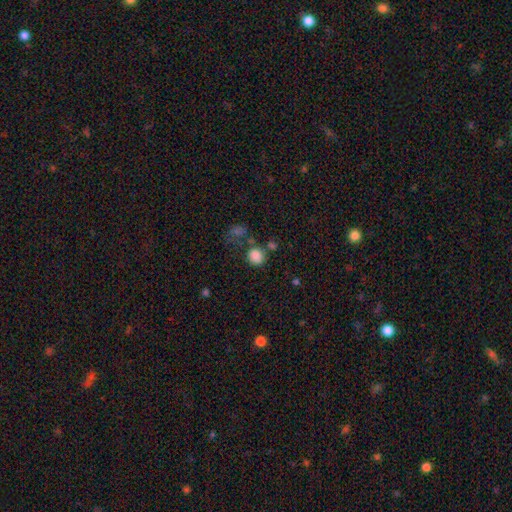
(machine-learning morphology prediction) smooth-or-featured: smooth: 84% | star or artifact: 12% | featured or disk: 5%
  how-rounded: round: 84% | in between: 15% | cigar-shaped: 1%
  merging: none: 66% | merger: 14% | minor disturbance: 13% | major disturbance: 7%